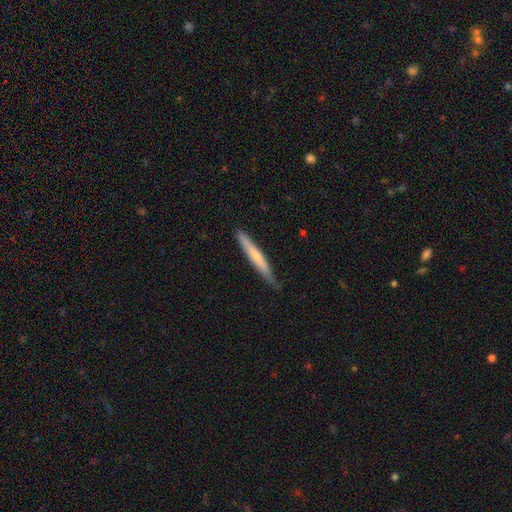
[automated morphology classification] smooth_or_featured: smooth (p=0.60) [alt: featured or disk p=0.35]
how_rounded: cigar-shaped (p=0.96) [alt: in between p=0.03]
merging: none (p=0.78) [alt: minor disturbance p=0.18]